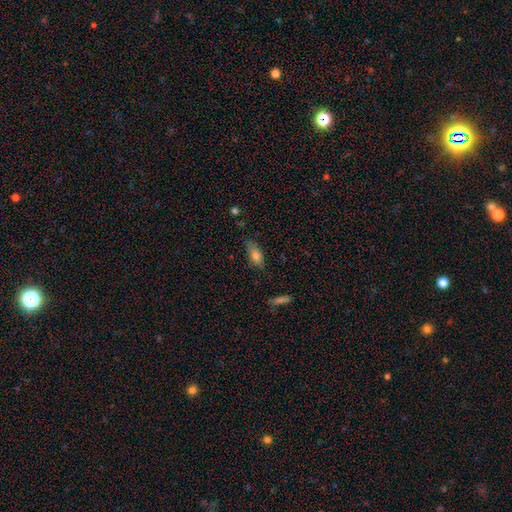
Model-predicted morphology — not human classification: The model was most divided on "merging": none: 69%, minor disturbance: 24%, major disturbance: 5%, merger: 2%. More confident: how rounded — in between (75%); smooth or featured — smooth (75%).